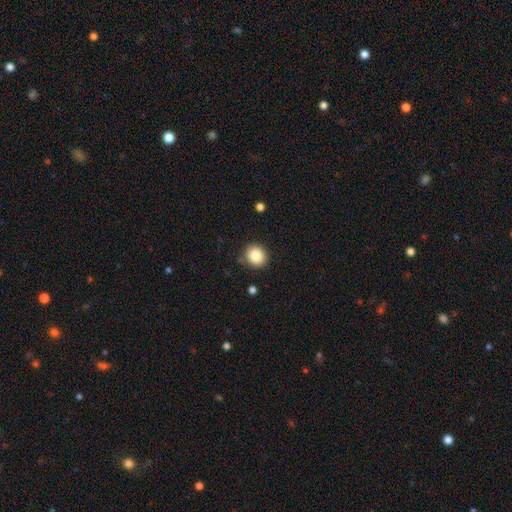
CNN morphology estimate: This is clearly a smooth galaxy (85%). How rounded: clearly round (81%). Merging: clearly none (87%).